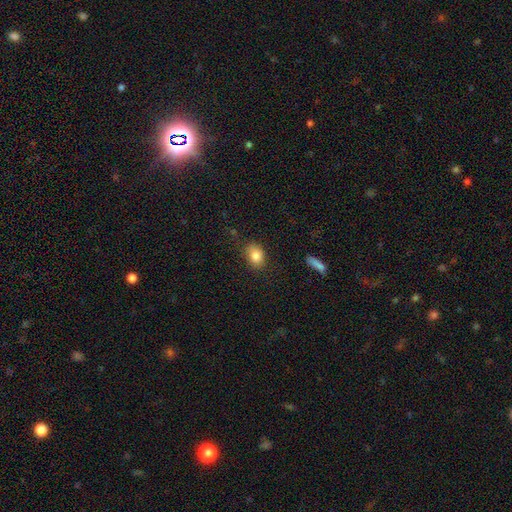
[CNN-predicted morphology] The model was most divided on "how rounded": in between: 70%, round: 28%, cigar-shaped: 1%. More confident: smooth or featured — smooth (83%); merging — none (78%).